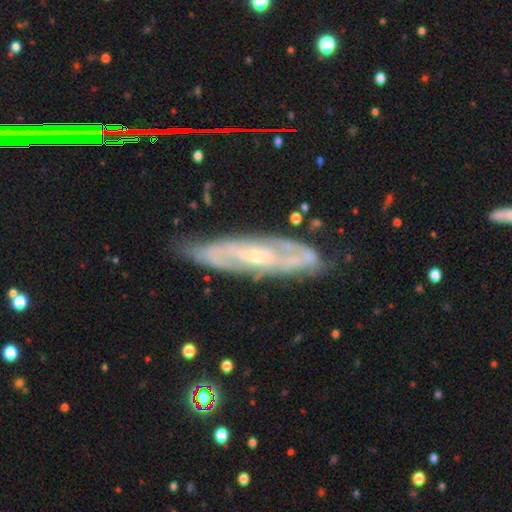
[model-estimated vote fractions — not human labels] Overall: featured or disk (80%). Edge-on disk: no (77%). Bar: no (42%; weak 39%). Spiral arms: yes (85%). Spiral arm count: 2 (49%; can't tell 37%). Spiral winding: tight (51%; medium 36%). Bulge size: small (65%; moderate 30%). Merging: none (75%).